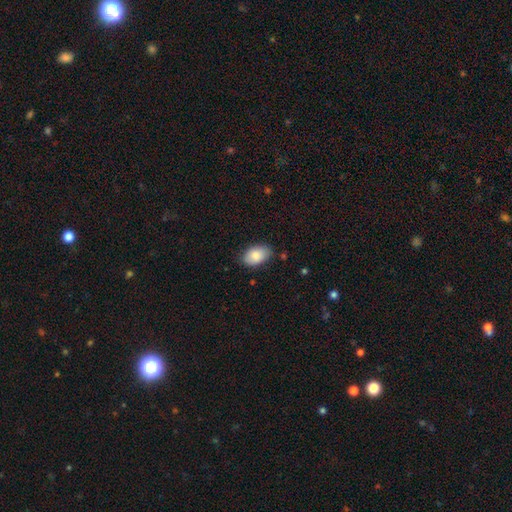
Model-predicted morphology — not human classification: smooth-or-featured: smooth: 85% | featured or disk: 8% | star or artifact: 6%
  how-rounded: in between: 92% | round: 7% | cigar-shaped: 1%
  merging: none: 80% | minor disturbance: 16% | major disturbance: 3% | merger: 1%